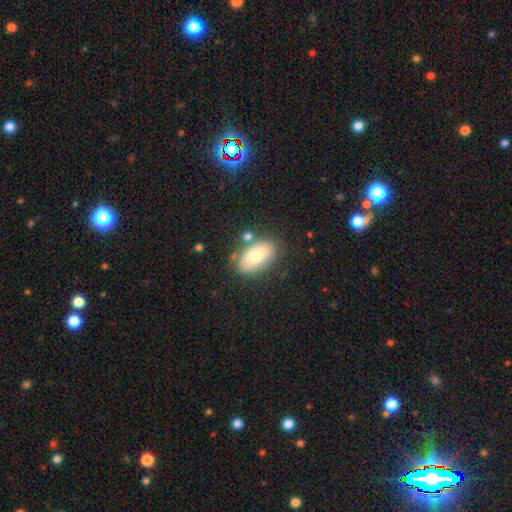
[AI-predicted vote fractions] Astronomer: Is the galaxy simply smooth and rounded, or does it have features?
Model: smooth — 72%.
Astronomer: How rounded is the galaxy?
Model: in between — 91%.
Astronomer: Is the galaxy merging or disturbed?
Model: none — 75%.